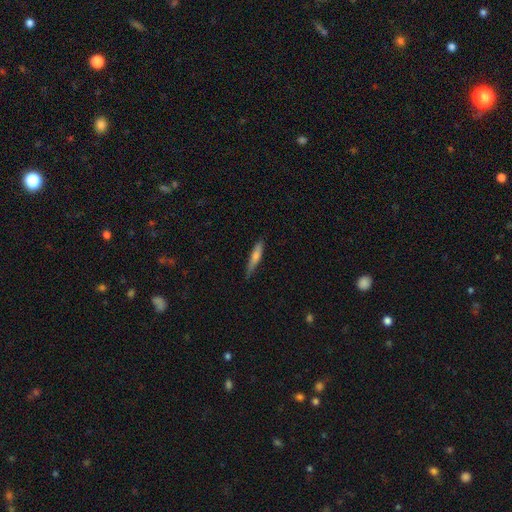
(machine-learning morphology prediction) Overall: smooth (53%; featured or disk 39%). How rounded: cigar-shaped (91%). Merging: none (81%).